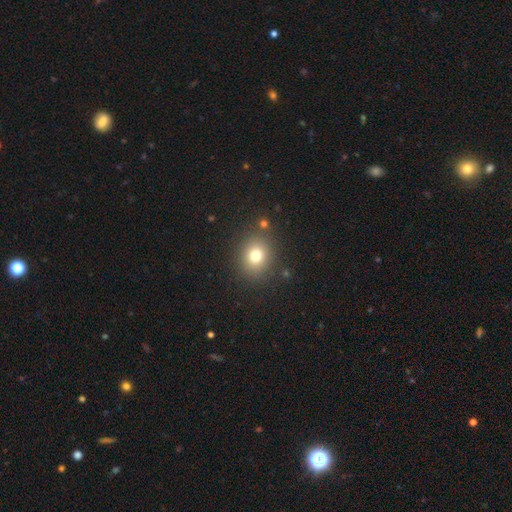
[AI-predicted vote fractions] Smooth or featured: smooth — 75% (star or artifact — 15%)
How rounded: round — 72% (in between — 27%)
Merging: none — 84% (minor disturbance — 8%)